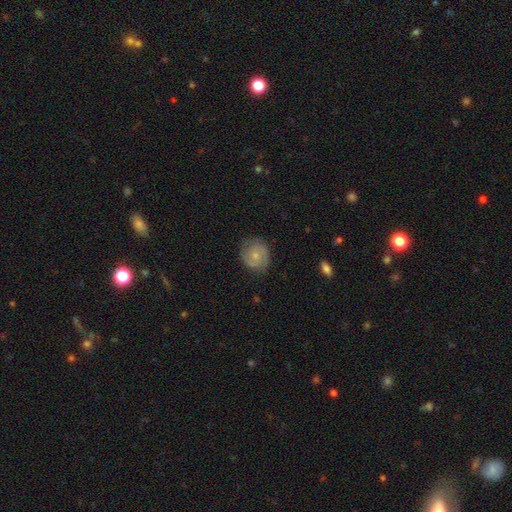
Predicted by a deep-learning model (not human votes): Morphology: type=featured or disk (60%); edge-on=no (98%); bar=no (75%); spiral arms=yes (89%); winding=tight (54%); arm count=2 (69%); bulge=small (61%); merging=none (78%).